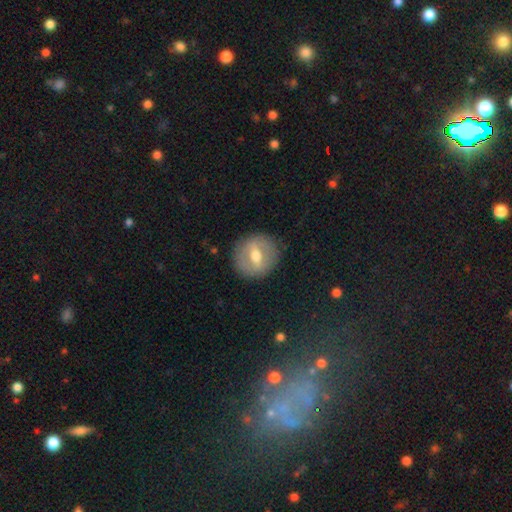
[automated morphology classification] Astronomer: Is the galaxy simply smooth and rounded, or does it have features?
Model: featured or disk — 54% (runner-up: smooth, 39%).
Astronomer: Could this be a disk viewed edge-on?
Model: no — 88%.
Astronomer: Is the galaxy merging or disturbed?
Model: none — 86%.